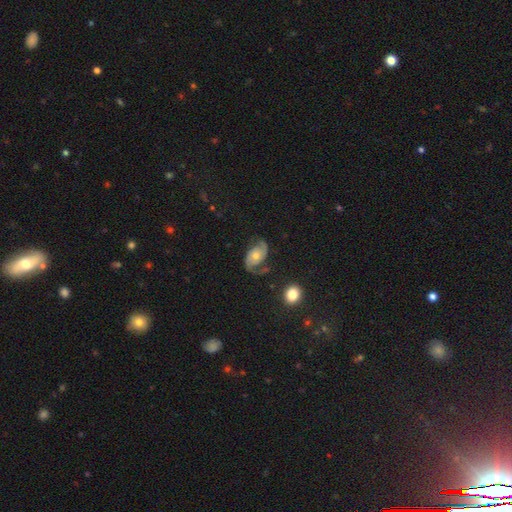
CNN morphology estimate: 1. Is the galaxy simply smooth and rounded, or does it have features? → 83% featured or disk, 10% smooth, 7% star or artifact.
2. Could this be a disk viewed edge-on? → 97% no, 3% yes.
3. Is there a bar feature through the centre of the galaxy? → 72% no, 23% weak, 6% strong.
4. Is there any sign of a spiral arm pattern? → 96% yes, 4% no.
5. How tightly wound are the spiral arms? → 47% medium, 28% tight, 25% loose.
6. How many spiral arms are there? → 91% 2, 3% can't tell, 2% 1, 1% 3, 1% 4, 1% more than 4.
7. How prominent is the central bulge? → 58% moderate, 35% small, 4% large, 2% none, 1% dominant.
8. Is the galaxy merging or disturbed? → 71% none, 17% minor disturbance, 9% major disturbance, 3% merger.